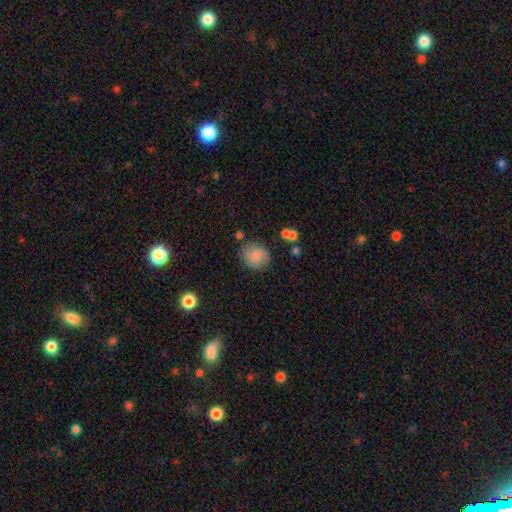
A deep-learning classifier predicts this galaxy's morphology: This appears to be a smooth galaxy with no disk features (78%) that is round (80%). Merging: none (74%).